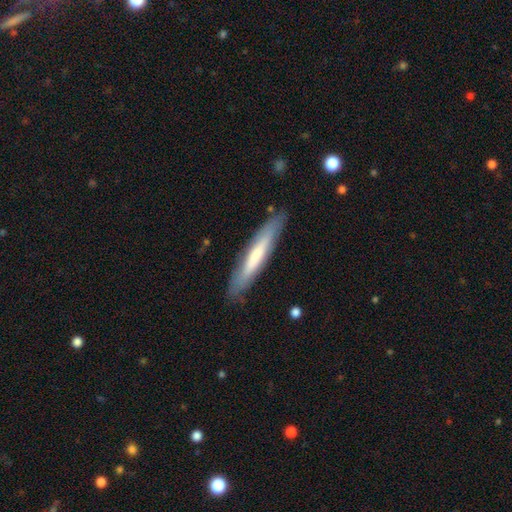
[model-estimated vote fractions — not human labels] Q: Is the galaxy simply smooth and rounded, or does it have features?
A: smooth — 49%.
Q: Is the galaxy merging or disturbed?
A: none — 86%.